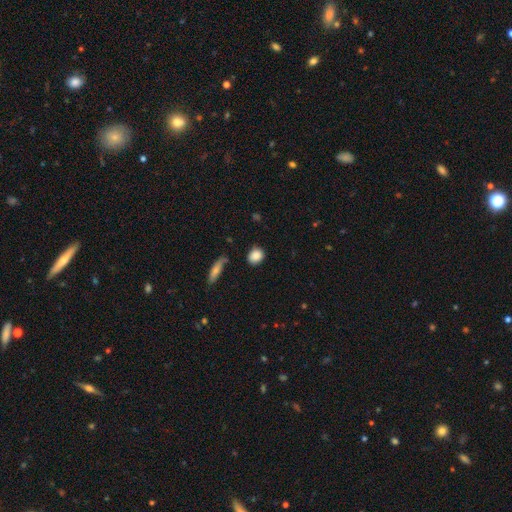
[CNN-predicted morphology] Smooth or featured? smooth (87%)
How rounded? round (63%)
Merging? none (81%)